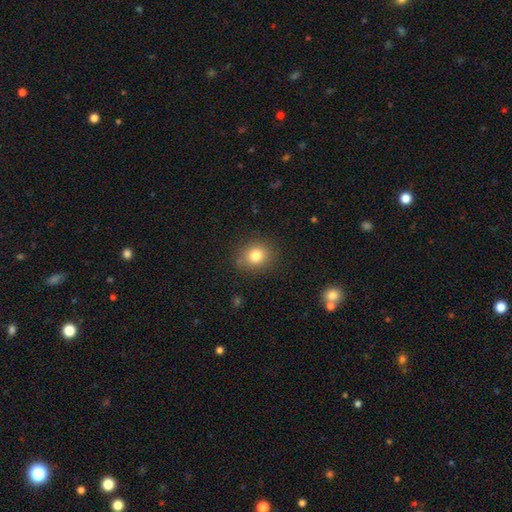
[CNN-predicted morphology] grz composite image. It shows a smooth galaxy with no disk features (80%) that is round (73%). Merging: none (84%).